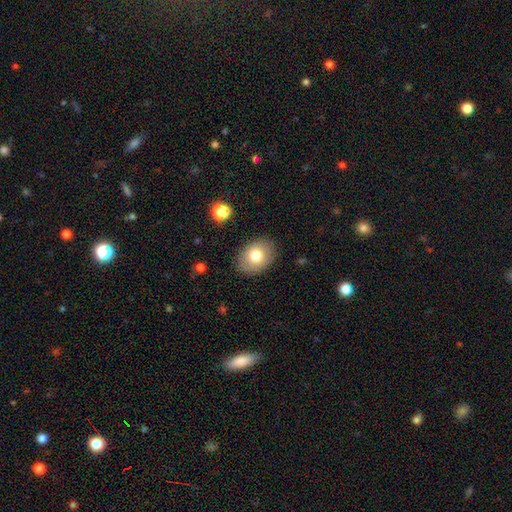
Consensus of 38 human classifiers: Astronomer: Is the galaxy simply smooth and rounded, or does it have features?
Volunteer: smooth — 87%.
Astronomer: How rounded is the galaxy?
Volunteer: in between — 85%.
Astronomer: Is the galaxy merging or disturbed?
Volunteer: none — 86%.